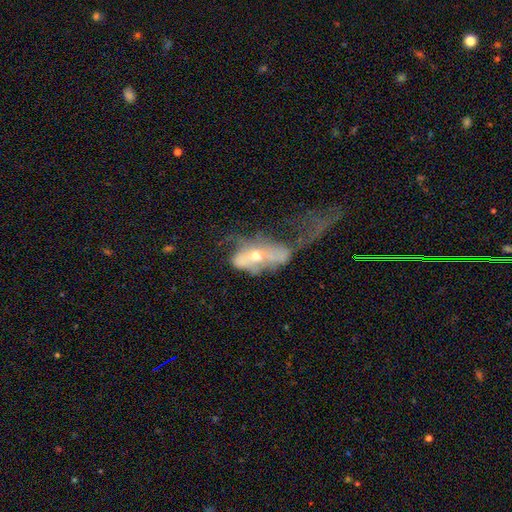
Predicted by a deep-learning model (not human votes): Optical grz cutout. It shows a featured or disk galaxy (63%) with no bar (68%), no spiral arms (61%) and a moderate central bulge (60%). Merging: major disturbance (59%).